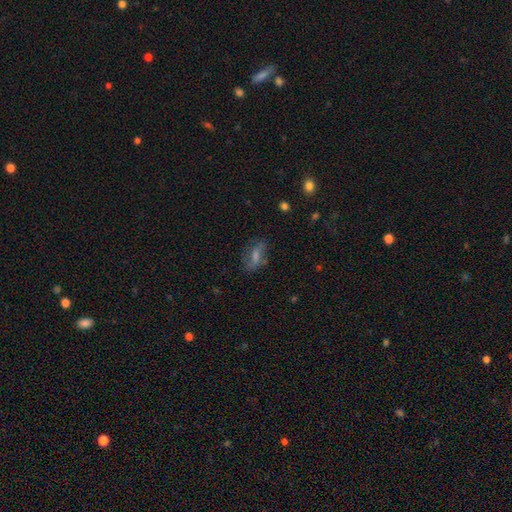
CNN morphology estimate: This is marginally a featured or disk galaxy (44%). Merging: likely none (71%).